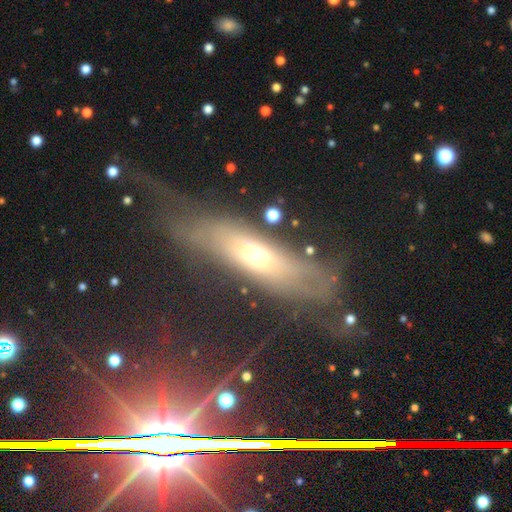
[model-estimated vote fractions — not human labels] This is possibly a featured or disk galaxy (52%). It is possibly not viewed edge-on (54%). Merging: possibly none (52%).